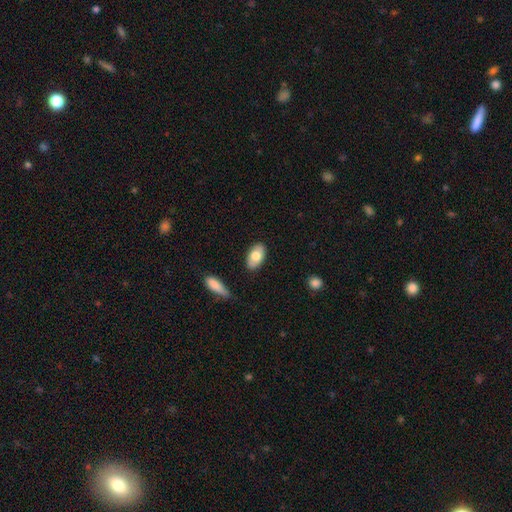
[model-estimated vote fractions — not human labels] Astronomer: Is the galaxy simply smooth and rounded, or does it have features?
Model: smooth — 75%.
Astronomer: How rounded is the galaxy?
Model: in between — 93%.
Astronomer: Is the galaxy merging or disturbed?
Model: none — 85%.